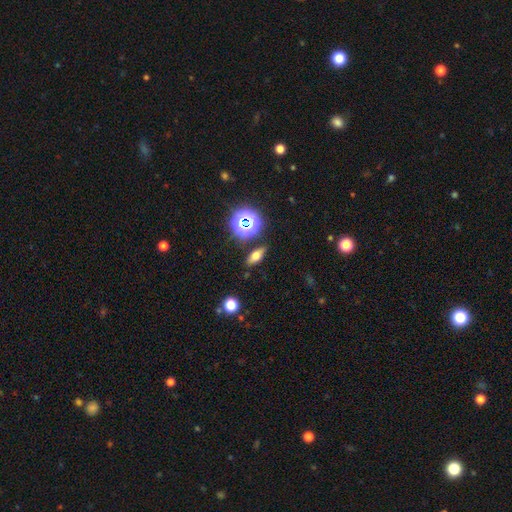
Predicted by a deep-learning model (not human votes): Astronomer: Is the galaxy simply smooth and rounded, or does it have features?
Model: smooth — 60%.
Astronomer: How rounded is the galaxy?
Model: in between — 64%.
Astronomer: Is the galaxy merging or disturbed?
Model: none — 85%.